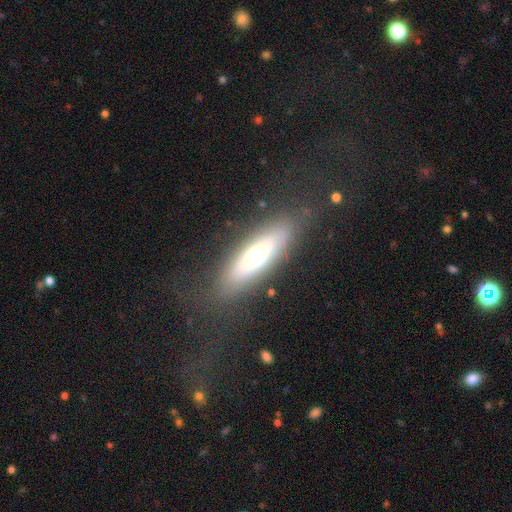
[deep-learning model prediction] This appears to be a smooth galaxy with no disk features (49%). Merging: none (70%).